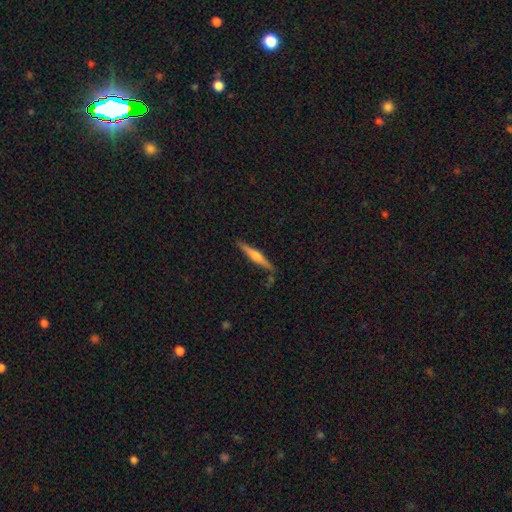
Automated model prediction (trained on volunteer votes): This appears to be a featured or disk galaxy (66%) viewed edge-on (97%) with a rounded central bulge (82%). Merging: none (84%).